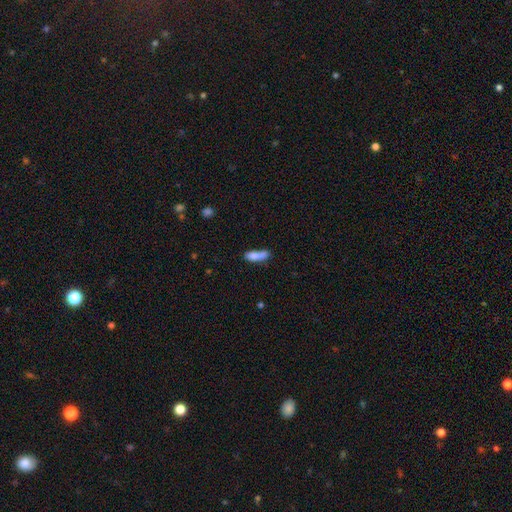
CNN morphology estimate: A smooth galaxy with no disk features (78%) that is in between round and cigar-shaped (50%). Merging: none (44%).